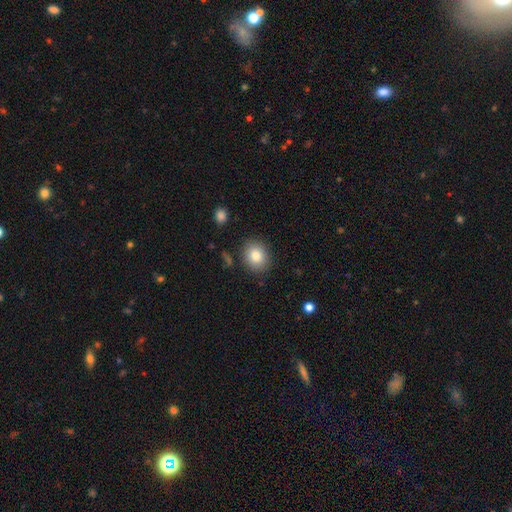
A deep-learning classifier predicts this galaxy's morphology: Smooth or featured?
  - smooth: 83% *
  - star or artifact: 9%
  - featured or disk: 8%
How rounded?
  - round: 62% *
  - in between: 37%
  - cigar-shaped: 1%
Merging?
  - none: 87% *
  - minor disturbance: 9%
  - major disturbance: 3%
  - merger: 2%